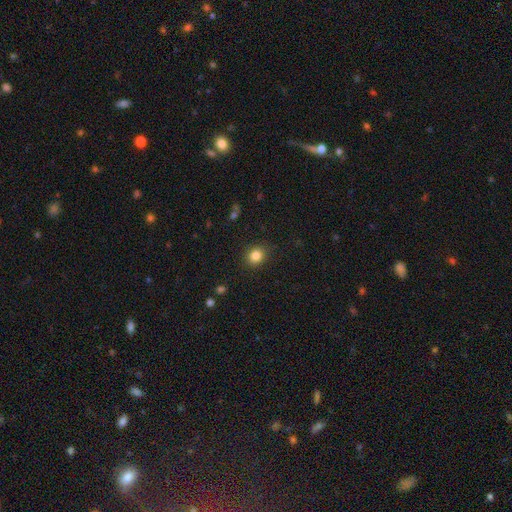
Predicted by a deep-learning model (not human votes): smooth_or_featured: smooth (p=0.84) [alt: star or artifact p=0.11]
how_rounded: round (p=0.77) [alt: in between p=0.22]
merging: none (p=0.89) [alt: minor disturbance p=0.08]